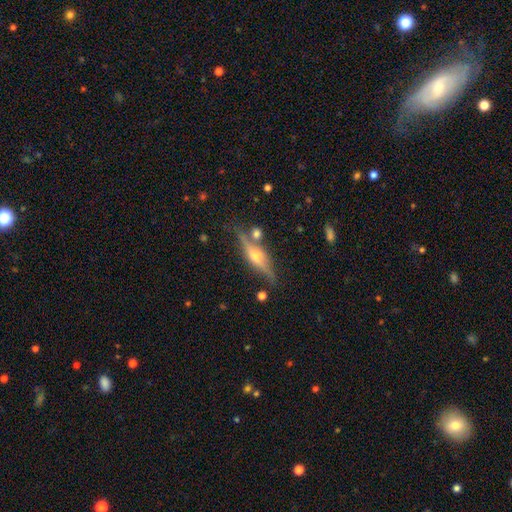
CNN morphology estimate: This appears to be a featured or disk galaxy (77%) viewed edge-on (95%) with a rounded central bulge (94%). Merging: none (79%).